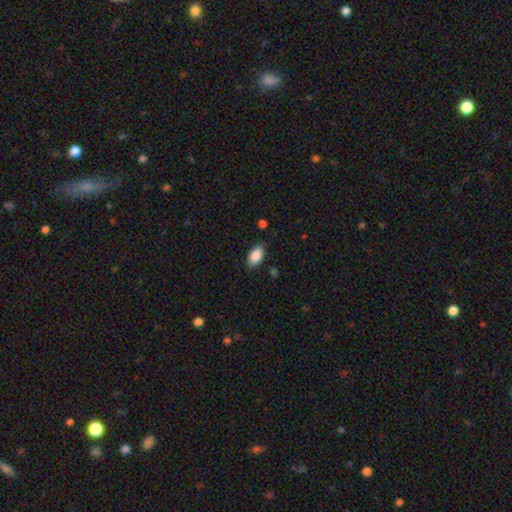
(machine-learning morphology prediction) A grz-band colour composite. It shows a smooth galaxy with no disk features (87%) that is in between round and cigar-shaped (92%). Merging: none (78%).